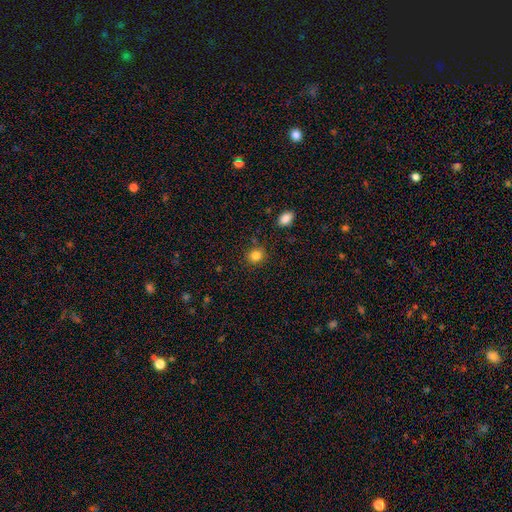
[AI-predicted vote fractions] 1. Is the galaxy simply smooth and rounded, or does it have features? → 84% smooth, 11% star or artifact, 5% featured or disk.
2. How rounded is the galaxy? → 79% round, 20% in between, 1% cigar-shaped.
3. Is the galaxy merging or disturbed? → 85% none, 9% minor disturbance, 3% merger, 3% major disturbance.